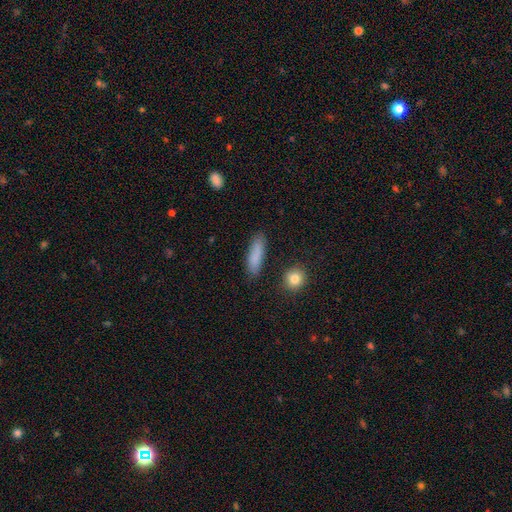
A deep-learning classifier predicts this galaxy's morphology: This is clearly a smooth galaxy (85%). How rounded: possibly cigar-shaped (56%). Merging: clearly none (83%).